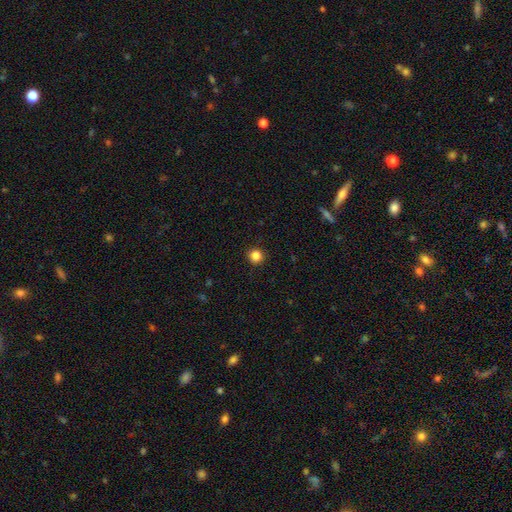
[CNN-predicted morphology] Overall: smooth (84%). How rounded: round (93%). Merging: none (92%).